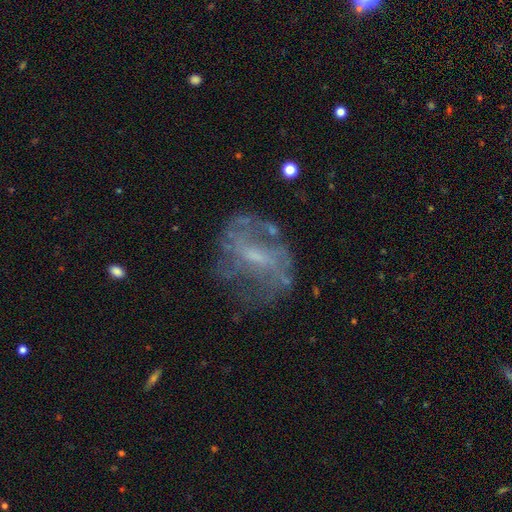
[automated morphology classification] Smooth or featured: featured or disk — 70% (smooth — 18%)
Edge-on disk: no — 96% (yes — 4%)
Bar: weak — 51% (no — 31%)
Spiral arms: yes — 61% (no — 39%)
Bulge size: small — 48% (moderate — 27%)
Merging: none — 56% (major disturbance — 21%)